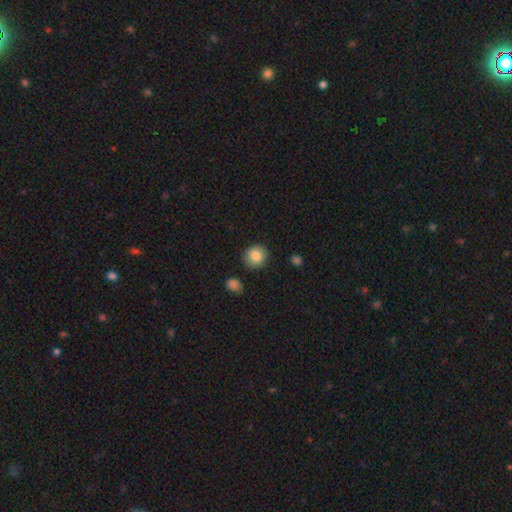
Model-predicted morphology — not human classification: smooth_or_featured: smooth (p=0.84) [alt: star or artifact p=0.08]
how_rounded: round (p=0.85) [alt: in between p=0.14]
merging: none (p=0.86) [alt: minor disturbance p=0.10]